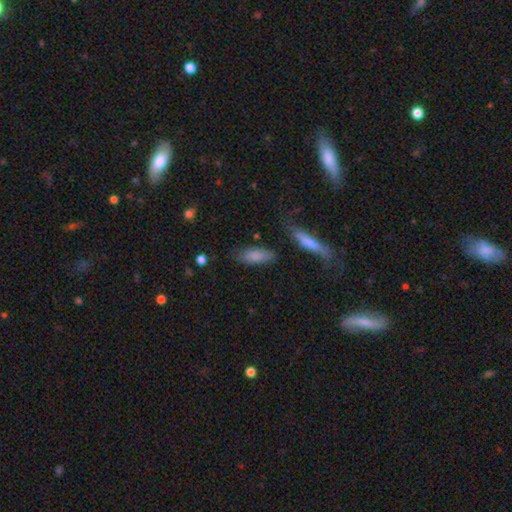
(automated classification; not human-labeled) smooth_or_featured: smooth (p=0.81) [alt: featured or disk p=0.12]
how_rounded: in between (p=0.68) [alt: cigar-shaped p=0.30]
merging: none (p=0.74) [alt: minor disturbance p=0.17]